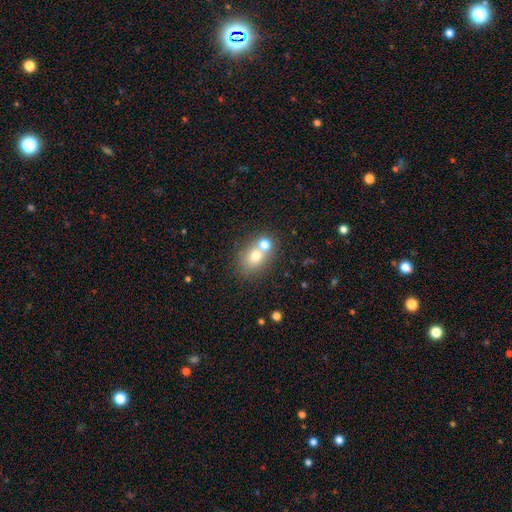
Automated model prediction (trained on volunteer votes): Smooth or featured?
  - smooth: 71% *
  - featured or disk: 16%
  - star or artifact: 13%
How rounded?
  - round: 52% *
  - in between: 46%
  - cigar-shaped: 1%
Merging?
  - none: 46% *
  - merger: 41%
  - minor disturbance: 9%
  - major disturbance: 4%